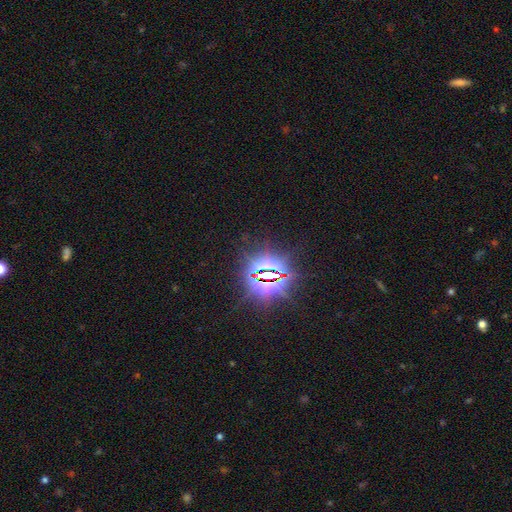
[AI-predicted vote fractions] Smooth or featured?
  - star or artifact: 85% *
  - smooth: 8%
  - featured or disk: 7%